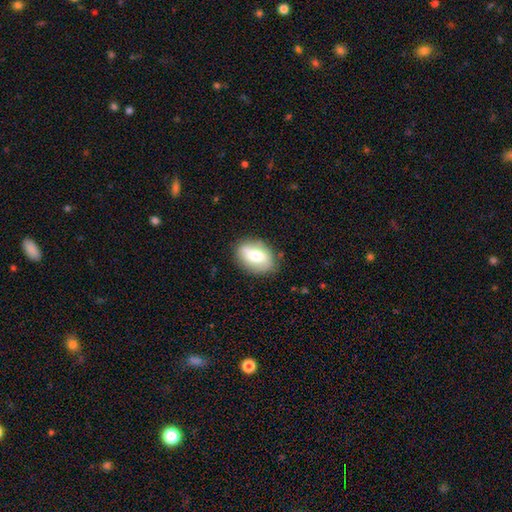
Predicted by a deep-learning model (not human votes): This is likely a smooth galaxy (63%). How rounded: clearly in between (81%). Merging: likely none (76%).